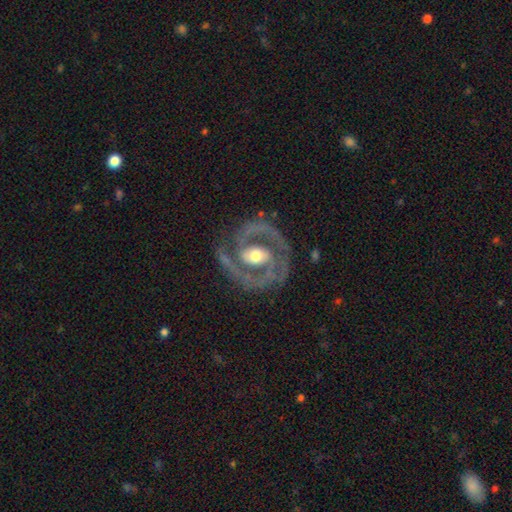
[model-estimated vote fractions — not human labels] Smooth or featured? Predicted: featured or disk (p=0.90). Edge-on disk? Predicted: no (p=0.97). Bar? Predicted: weak (p=0.37). Spiral arms? Predicted: yes (p=0.94). Spiral winding? Predicted: tight (p=0.47). Spiral arm count? Predicted: 2 (p=0.84). Bulge size? Predicted: moderate (p=0.70). Merging? Predicted: none (p=0.78).